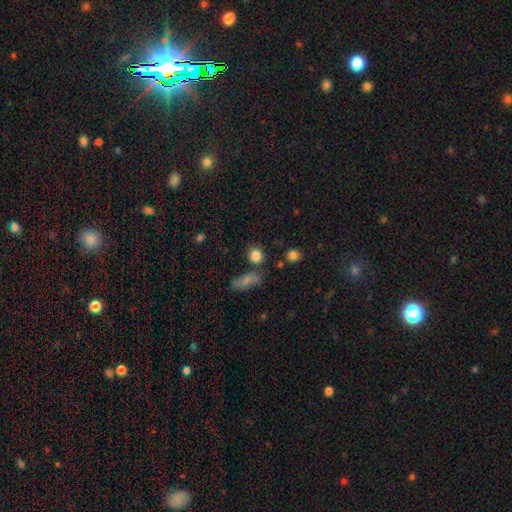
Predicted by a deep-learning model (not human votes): A smooth galaxy with no disk features (84%) that is round (81%).

Vote fractions:
- Smooth or featured? smooth: 84% / star or artifact: 10% / featured or disk: 6%
- How rounded? round: 81% / in between: 18% / cigar-shaped: 2%
- Merging? none: 75% / minor disturbance: 12% / merger: 10% / major disturbance: 4%